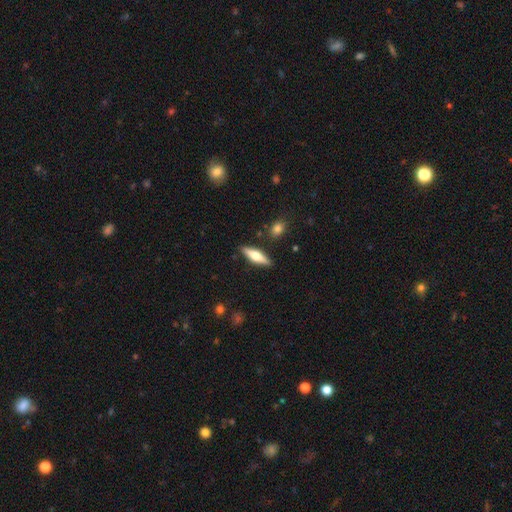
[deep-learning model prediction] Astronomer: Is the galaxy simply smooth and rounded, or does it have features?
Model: featured or disk — 47%, tied with smooth at 47%.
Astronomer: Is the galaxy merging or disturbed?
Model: none — 86%.